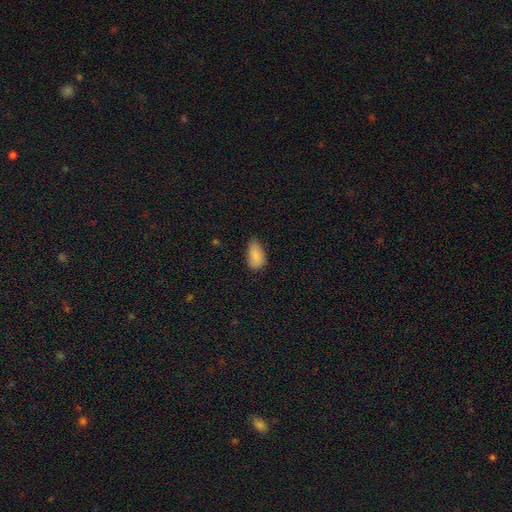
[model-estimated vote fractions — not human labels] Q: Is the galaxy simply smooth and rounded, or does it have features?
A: smooth — 87%.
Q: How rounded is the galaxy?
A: in between — 93%.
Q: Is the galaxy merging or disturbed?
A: none — 62%.